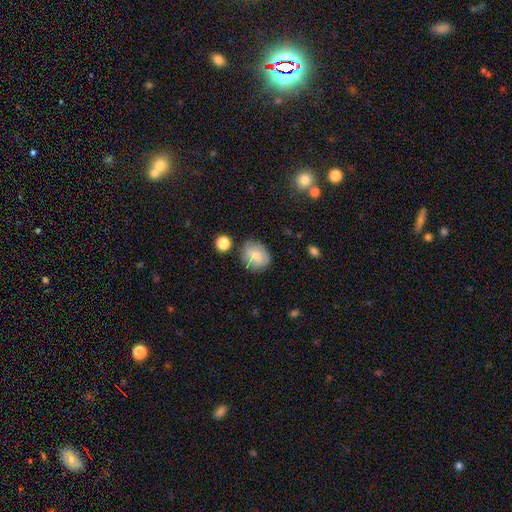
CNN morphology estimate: smooth_or_featured: smooth (p=0.76) [alt: featured or disk p=0.16]
how_rounded: round (p=0.66) [alt: in between p=0.33]
merging: none (p=0.77) [alt: minor disturbance p=0.16]